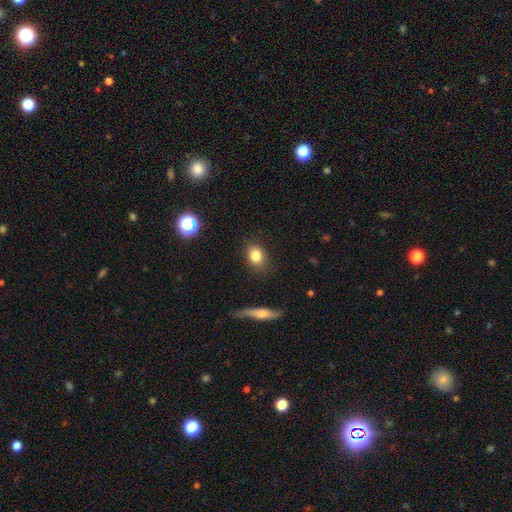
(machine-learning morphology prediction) smooth-or-featured: smooth: 83% | star or artifact: 9% | featured or disk: 7%
  how-rounded: in between: 49% (tied) | round: 49% (tied) | cigar-shaped: 2%
  merging: none: 86% | minor disturbance: 10% | major disturbance: 3% | merger: 2%